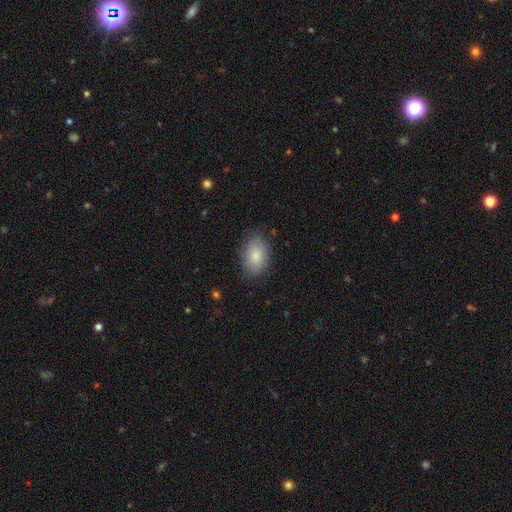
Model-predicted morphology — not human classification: Overall: smooth (83%). How rounded: in between (87%). Merging: none (79%).